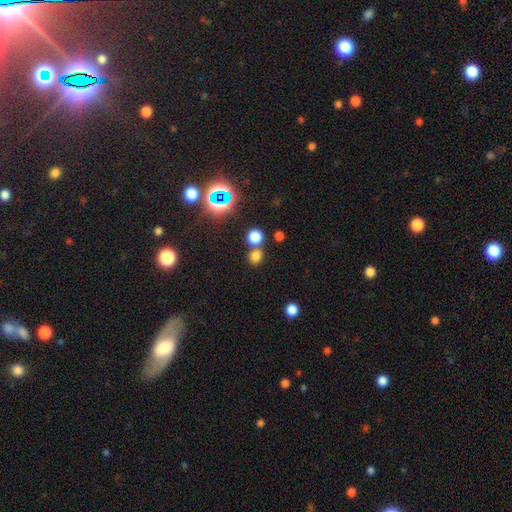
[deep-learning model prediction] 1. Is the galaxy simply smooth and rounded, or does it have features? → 71% smooth, 23% star or artifact, 6% featured or disk.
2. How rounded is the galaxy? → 78% round, 21% in between, 1% cigar-shaped.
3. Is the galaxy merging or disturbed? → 62% none, 28% merger, 8% minor disturbance, 3% major disturbance.